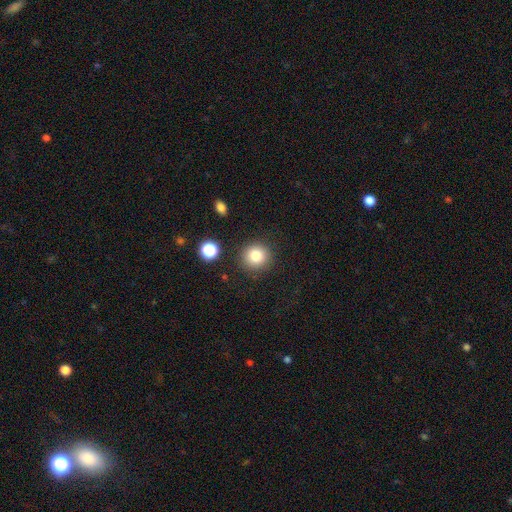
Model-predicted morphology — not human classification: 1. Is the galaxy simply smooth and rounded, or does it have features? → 81% smooth, 12% star or artifact, 7% featured or disk.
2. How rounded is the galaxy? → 91% round, 8% in between, 1% cigar-shaped.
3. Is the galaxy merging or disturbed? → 88% none, 7% minor disturbance, 3% major disturbance, 3% merger.